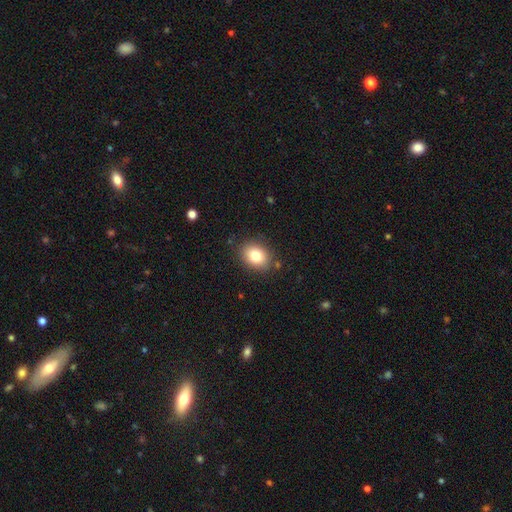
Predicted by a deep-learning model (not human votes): This appears to be a smooth galaxy with no disk features (80%) that is in between round and cigar-shaped (60%). Merging: none (85%).